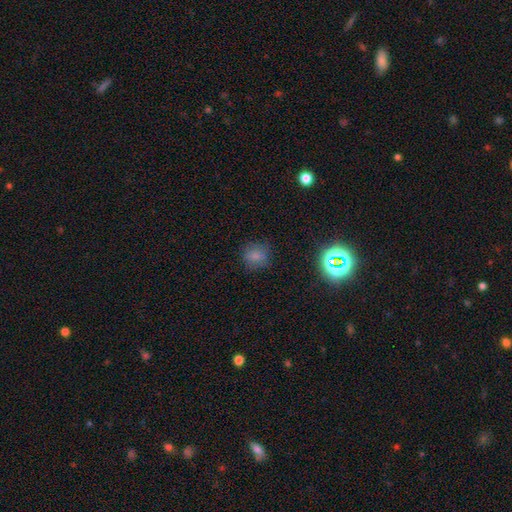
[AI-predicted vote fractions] Q: Smooth or featured?
A: smooth (77%); runner-up: star or artifact (17%)
Q: How rounded?
A: round (83%); runner-up: in between (15%)
Q: Merging?
A: none (81%); runner-up: minor disturbance (14%)